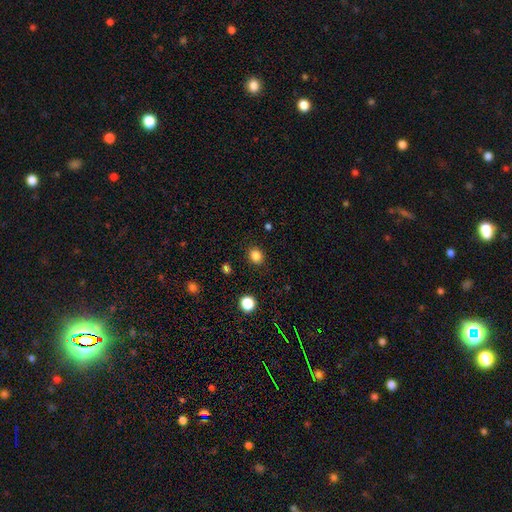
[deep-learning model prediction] Smooth or featured: smooth — 84% (star or artifact — 12%)
How rounded: round — 69% (in between — 30%)
Merging: none — 90% (minor disturbance — 7%)